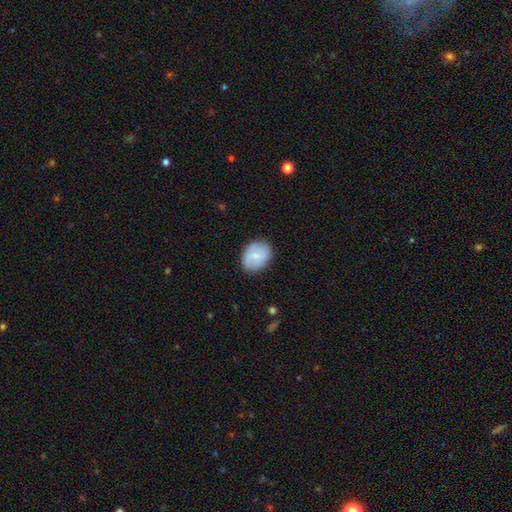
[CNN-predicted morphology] Smooth or featured: smooth — 71% (featured or disk — 22%)
How rounded: in between — 61% (round — 38%)
Merging: none — 80% (minor disturbance — 15%)